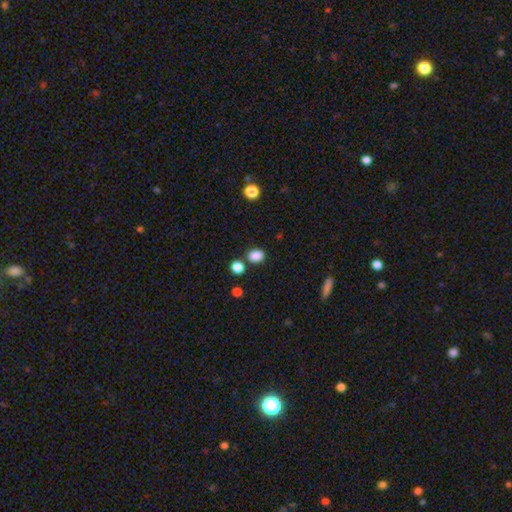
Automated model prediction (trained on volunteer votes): Overall: smooth (85%). How rounded: in between (56%; round 43%). Merging: none (76%).